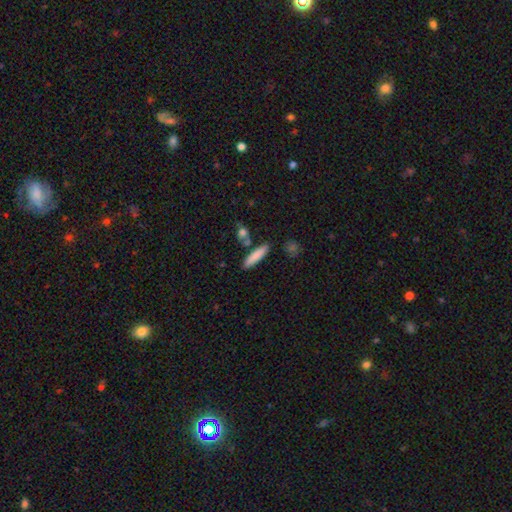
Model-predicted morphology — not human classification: Smooth or featured? smooth (83%)
How rounded? cigar-shaped (75%)
Merging? none (80%)